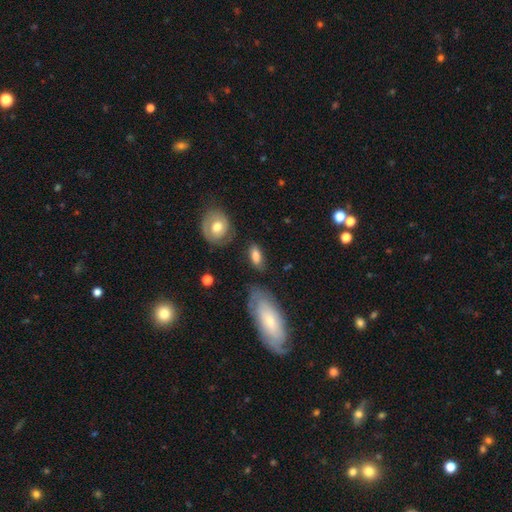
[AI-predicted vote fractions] smooth 78%, featured or disk 15%, star or artifact 7%. Down the decision tree: how rounded — in between (85%); merging — none (70%).